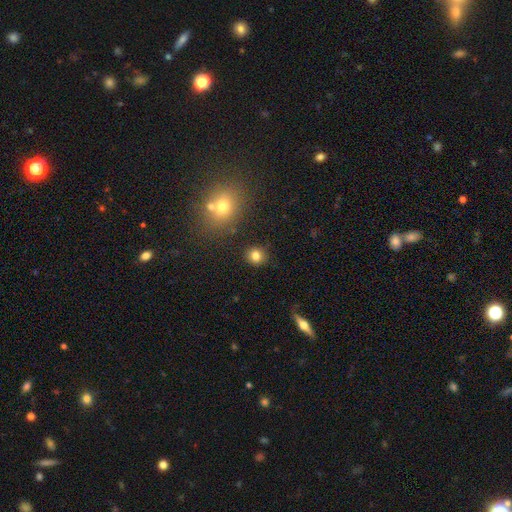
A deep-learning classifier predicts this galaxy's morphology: This is clearly a smooth galaxy (81%). How rounded: clearly round (87%). Merging: clearly none (88%).